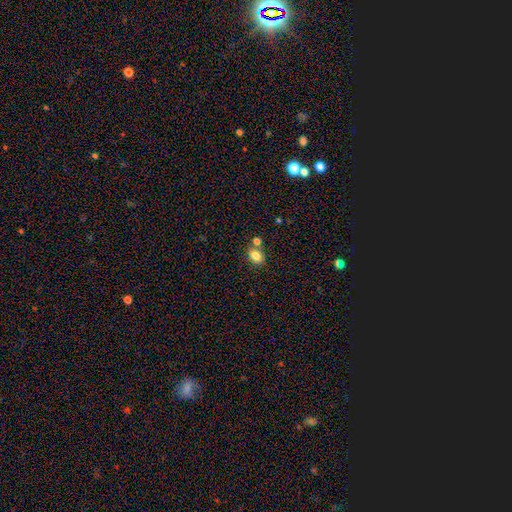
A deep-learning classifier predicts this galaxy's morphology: smooth_or_featured: smooth (p=0.82) [alt: star or artifact p=0.10]
how_rounded: in between (p=0.72) [alt: round p=0.27]
merging: none (p=0.67) [alt: merger p=0.19]